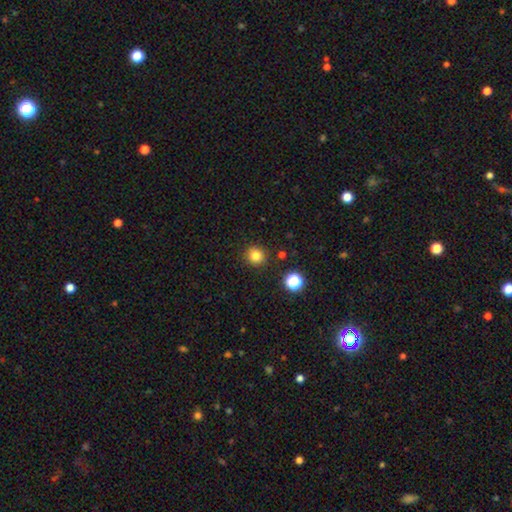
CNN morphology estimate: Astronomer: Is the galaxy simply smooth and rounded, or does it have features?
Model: smooth — 81%.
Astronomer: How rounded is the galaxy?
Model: round — 92%.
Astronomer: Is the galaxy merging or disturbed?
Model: none — 90%.